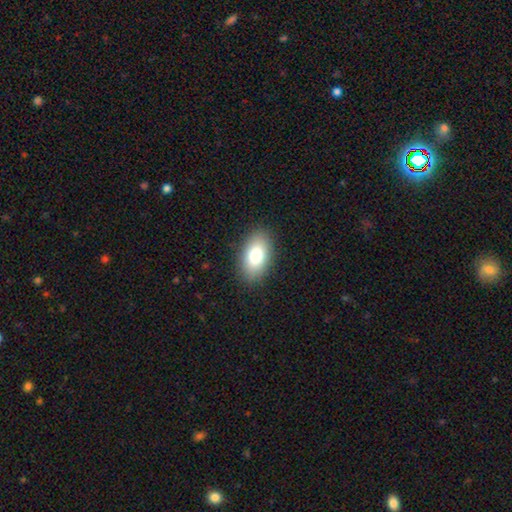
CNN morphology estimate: smooth_or_featured: smooth (p=0.78) [alt: featured or disk p=0.13]
how_rounded: in between (p=0.92) [alt: round p=0.06]
merging: none (p=0.88) [alt: minor disturbance p=0.09]